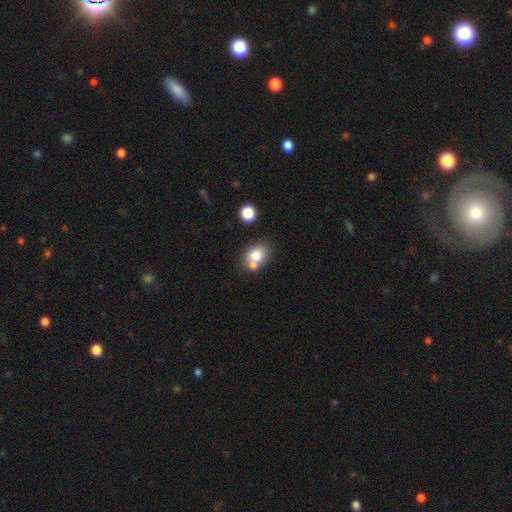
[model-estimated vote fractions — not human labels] smooth-or-featured: smooth: 76% | featured or disk: 15% | star or artifact: 10%
  how-rounded: in between: 60% | round: 39% | cigar-shaped: 1%
  merging: none: 52% | merger: 31% | minor disturbance: 13% | major disturbance: 4%